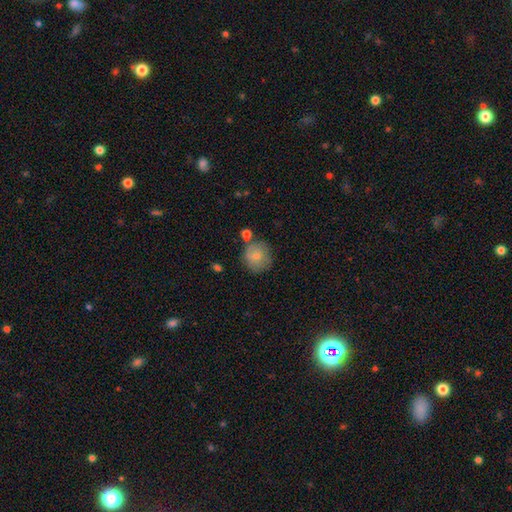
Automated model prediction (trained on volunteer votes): Overall: smooth (77%). How rounded: round (89%). Merging: none (64%).